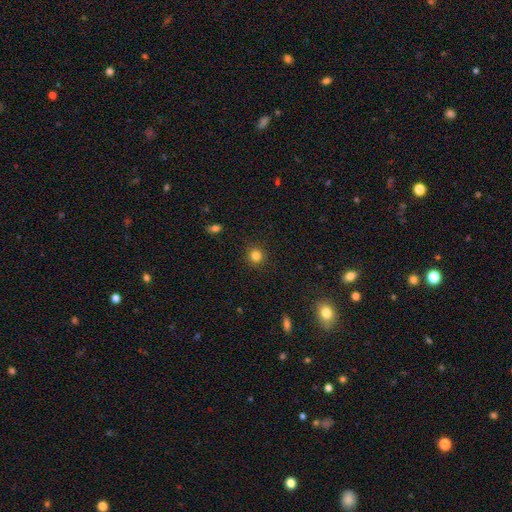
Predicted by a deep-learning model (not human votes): This is clearly a smooth galaxy (82%). How rounded: clearly round (92%). Merging: clearly none (91%).